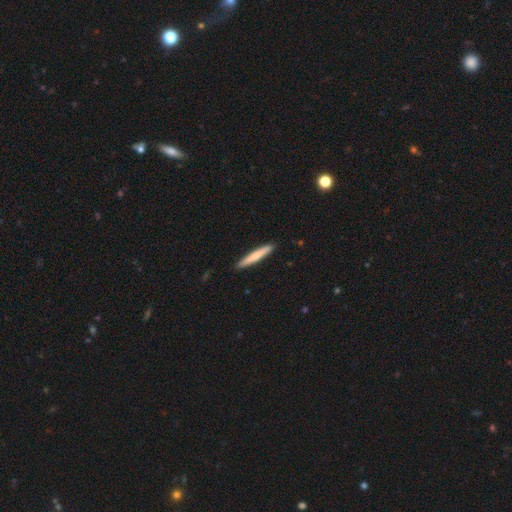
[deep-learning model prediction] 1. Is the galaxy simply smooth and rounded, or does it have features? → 71% smooth, 25% featured or disk, 5% star or artifact.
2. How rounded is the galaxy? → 95% cigar-shaped, 4% in between, 1% round.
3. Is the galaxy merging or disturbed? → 92% none, 6% minor disturbance, 1% major disturbance, 1% merger.